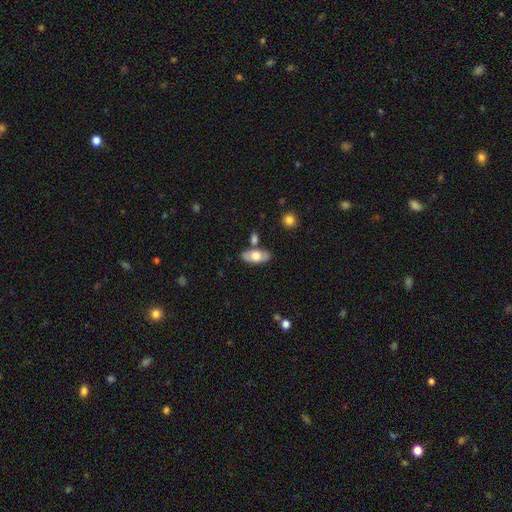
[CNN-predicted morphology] Smooth or featured: smooth — 62% (featured or disk — 32%)
How rounded: in between — 88% (cigar-shaped — 9%)
Merging: none — 75% (minor disturbance — 13%)